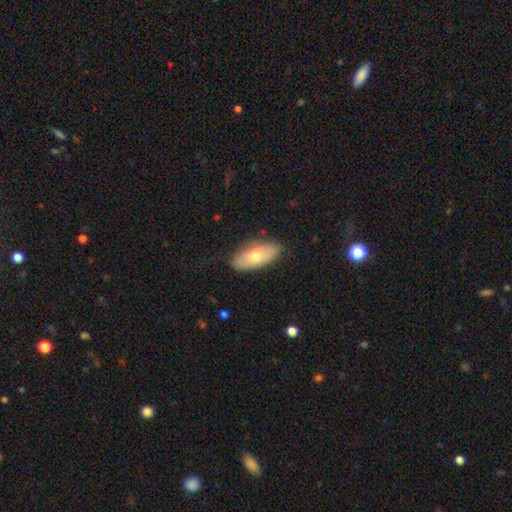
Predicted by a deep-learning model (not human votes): Smooth or featured? Predicted: smooth (p=0.70). How rounded? Predicted: in between (p=0.84). Merging? Predicted: none (p=0.82).